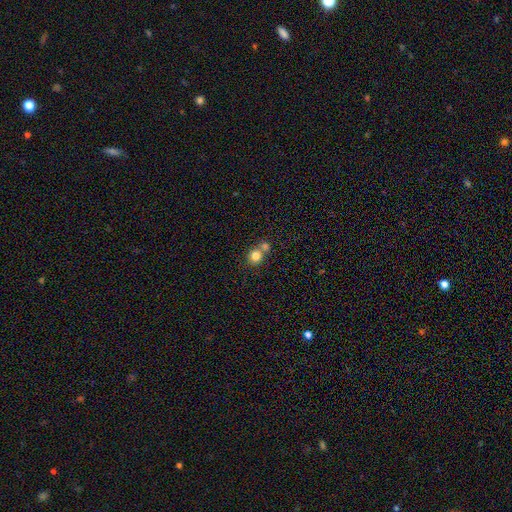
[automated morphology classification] Smooth or featured? Predicted: smooth (p=0.81). How rounded? Predicted: round (p=0.85). Merging? Predicted: none (p=0.46).